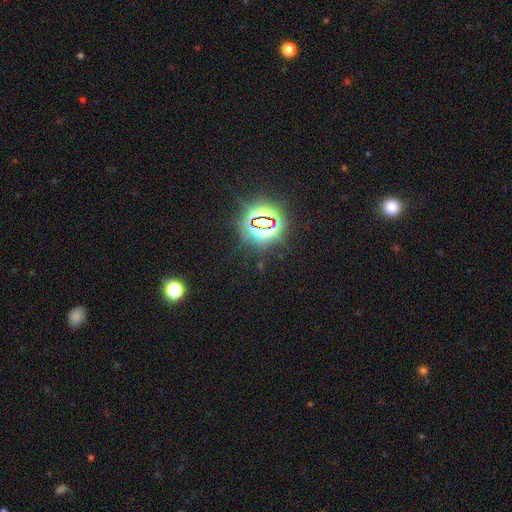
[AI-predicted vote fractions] smooth-or-featured: star or artifact: 81% | smooth: 12% | featured or disk: 7%